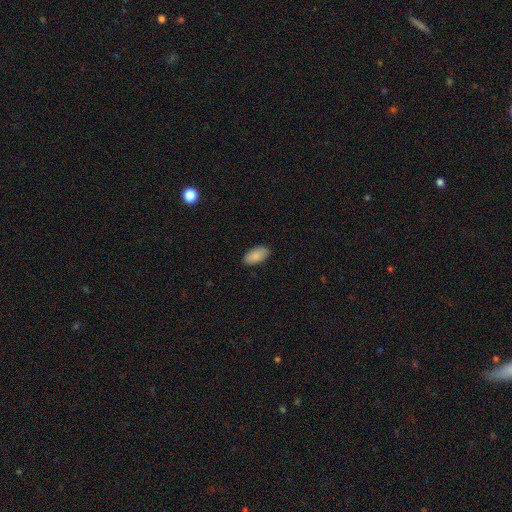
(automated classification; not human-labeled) This appears to be a smooth galaxy with no disk features (87%) that is in between round and cigar-shaped (94%). Merging: none (87%).